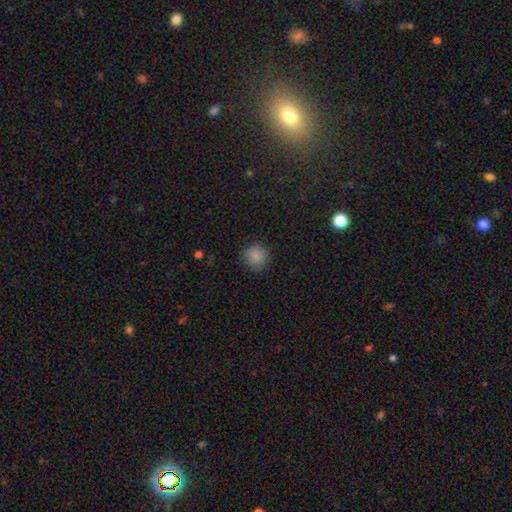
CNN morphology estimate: Q: Smooth or featured?
A: smooth (86%); runner-up: star or artifact (10%)
Q: How rounded?
A: round (91%); runner-up: in between (8%)
Q: Merging?
A: none (88%); runner-up: minor disturbance (9%)